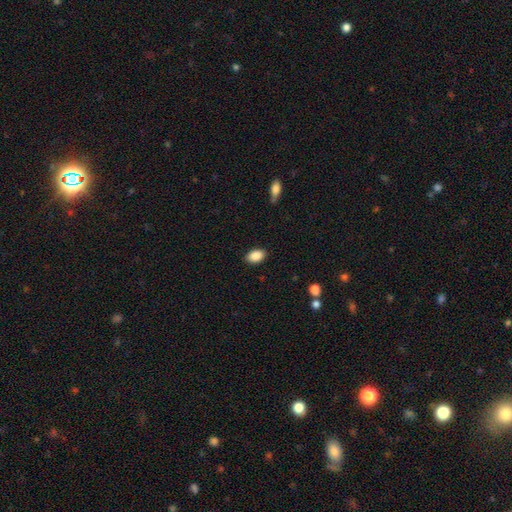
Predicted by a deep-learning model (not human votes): Smooth or featured?
  - smooth: 89% *
  - star or artifact: 7%
  - featured or disk: 4%
How rounded?
  - in between: 90% *
  - round: 9%
  - cigar-shaped: 1%
Merging?
  - none: 87% *
  - minor disturbance: 9%
  - major disturbance: 2%
  - merger: 1%